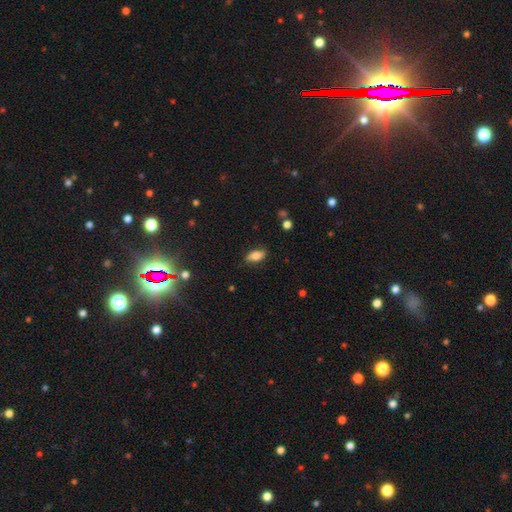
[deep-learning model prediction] This appears to be a smooth galaxy with no disk features (78%) that is in between round and cigar-shaped (89%). Merging: none (82%).